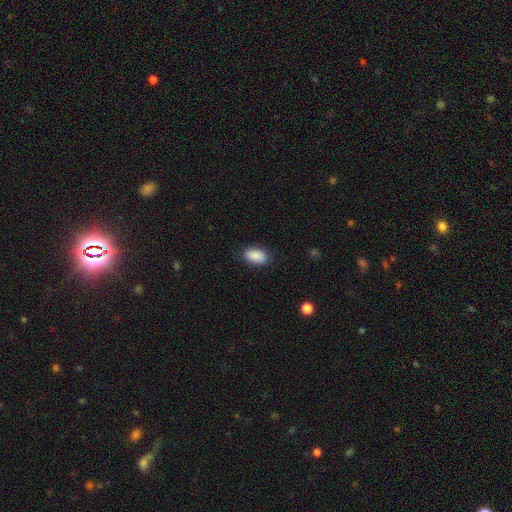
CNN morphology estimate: A smooth galaxy with no disk features (89%) that is in between round and cigar-shaped (92%). Merging: none (86%).